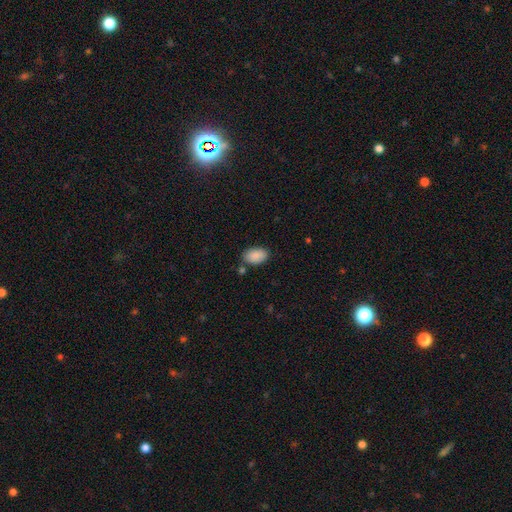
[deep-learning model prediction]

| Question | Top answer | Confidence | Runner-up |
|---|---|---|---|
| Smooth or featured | smooth | 89% | star or artifact (7%) |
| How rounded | in between | 93% | round (6%) |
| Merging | none | 79% | minor disturbance (13%) |